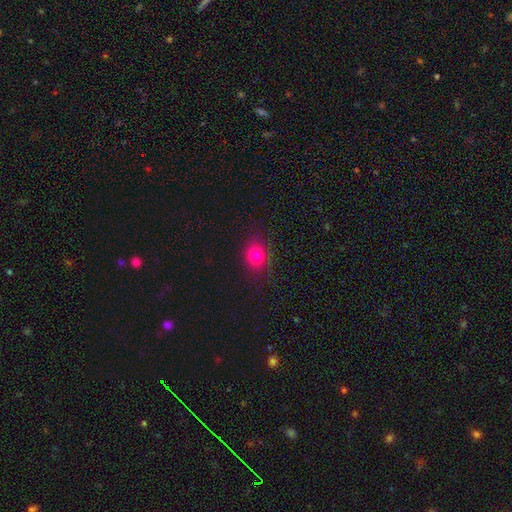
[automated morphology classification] Smooth or featured? Predicted: smooth (p=0.81). How rounded? Predicted: round (p=0.56). Merging? Predicted: none (p=0.81).